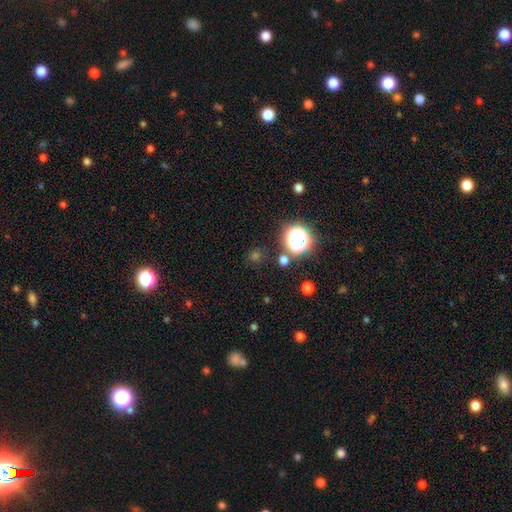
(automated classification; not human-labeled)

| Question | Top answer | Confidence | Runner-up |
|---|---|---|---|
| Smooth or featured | smooth | 51% | star or artifact (43%) |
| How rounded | round | 90% | in between (9%) |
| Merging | none | 83% | minor disturbance (8%) |